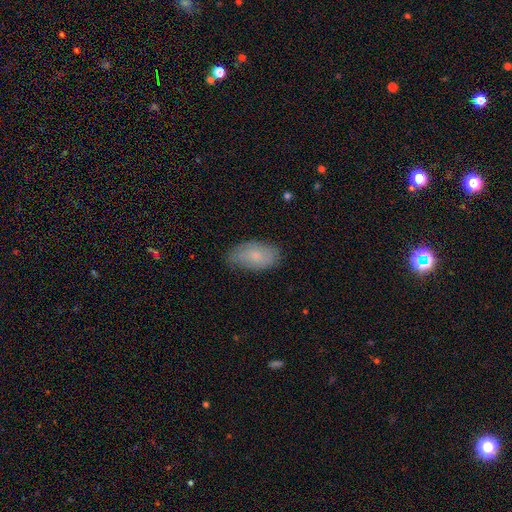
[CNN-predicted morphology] This is likely a smooth galaxy (69%). How rounded: clearly in between (94%). Merging: likely none (74%).